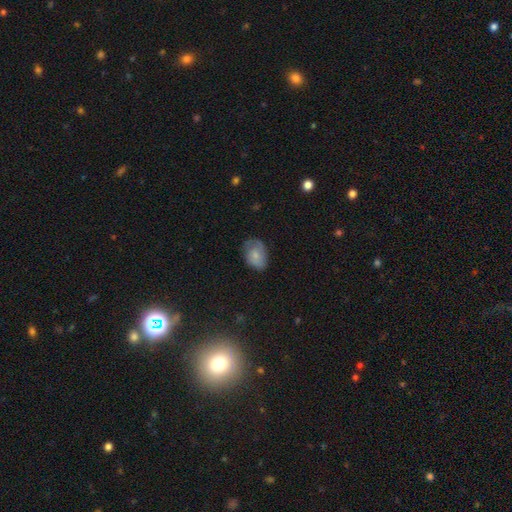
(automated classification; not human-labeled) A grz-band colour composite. It shows a smooth galaxy with no disk features (67%) that is in between round and cigar-shaped (78%). Merging: none (58%).